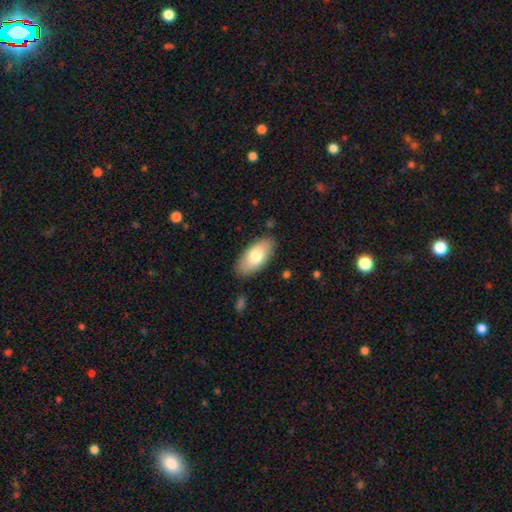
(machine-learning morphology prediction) Q: Smooth or featured?
A: smooth (76%); runner-up: featured or disk (19%)
Q: How rounded?
A: in between (93%); runner-up: cigar-shaped (5%)
Q: Merging?
A: none (85%); runner-up: minor disturbance (11%)